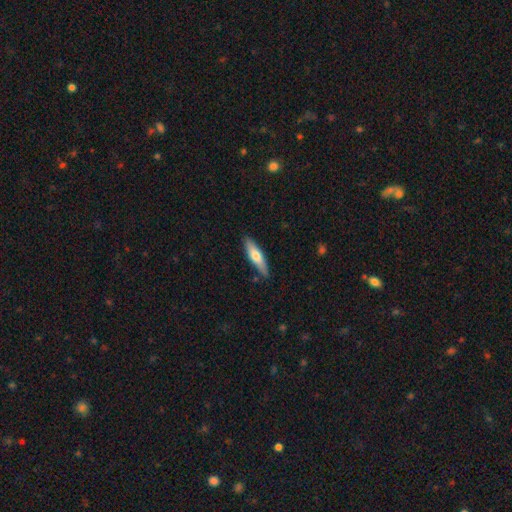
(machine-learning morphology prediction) smooth 62%, featured or disk 32%, star or artifact 6%. Down the decision tree: how rounded — cigar-shaped (67%); merging — none (84%).